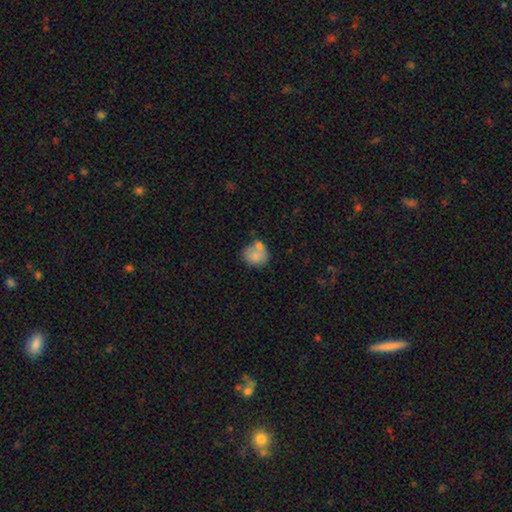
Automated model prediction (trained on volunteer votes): Q: Smooth or featured?
A: smooth (78%); runner-up: featured or disk (14%)
Q: How rounded?
A: round (64%); runner-up: in between (35%)
Q: Merging?
A: none (45%); runner-up: merger (32%)